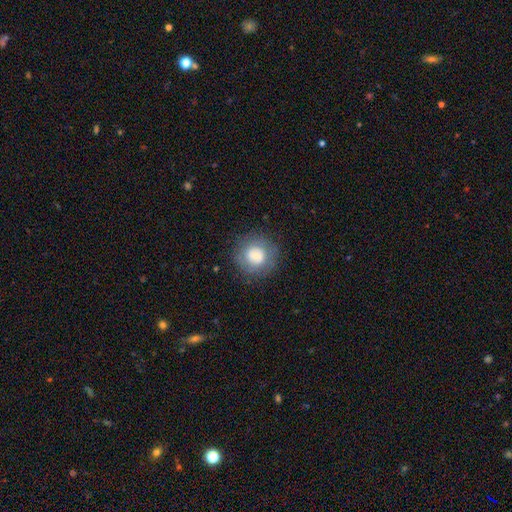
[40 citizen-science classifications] Morphology: type=smooth (65%); roundness=round (96%); merging=none (86%).